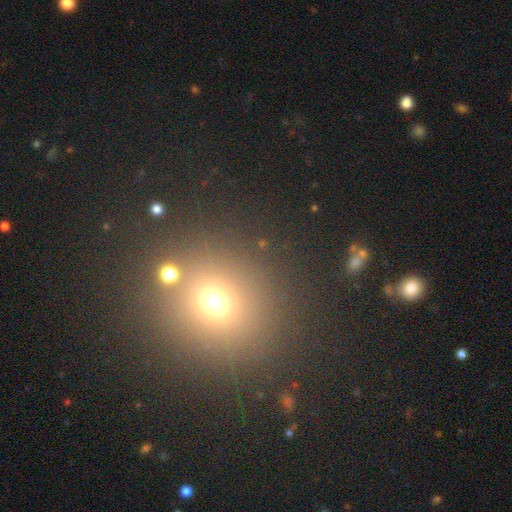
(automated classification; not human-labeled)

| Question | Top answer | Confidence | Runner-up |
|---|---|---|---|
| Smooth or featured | smooth | 59% | star or artifact (32%) |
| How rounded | round | 84% | in between (15%) |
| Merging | none | 86% | minor disturbance (7%) |